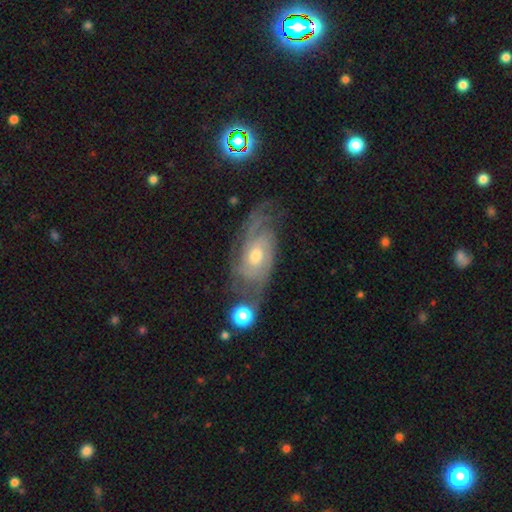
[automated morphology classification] type=featured or disk (84%); edge-on=no (94%); bar=no (67%); spiral arms=yes (95%); winding=tight (57%); arm count=can't tell (31%); bulge=moderate (64%); merging=none (60%).